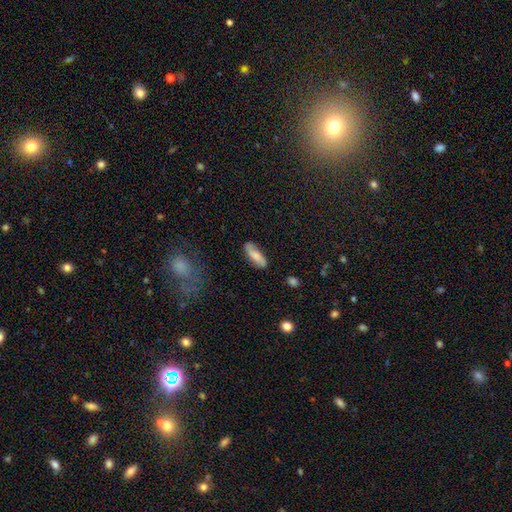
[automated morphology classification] Smooth or featured: smooth — 68% (featured or disk — 26%)
How rounded: in between — 63% (cigar-shaped — 35%)
Merging: none — 79% (minor disturbance — 16%)